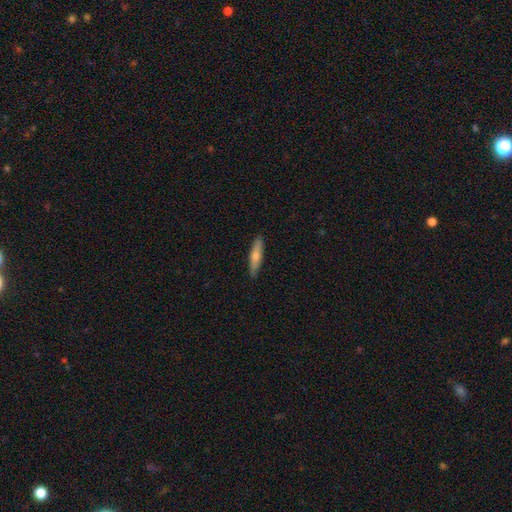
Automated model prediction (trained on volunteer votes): Morphology: type=smooth (65%); roundness=cigar-shaped (78%); merging=none (89%).